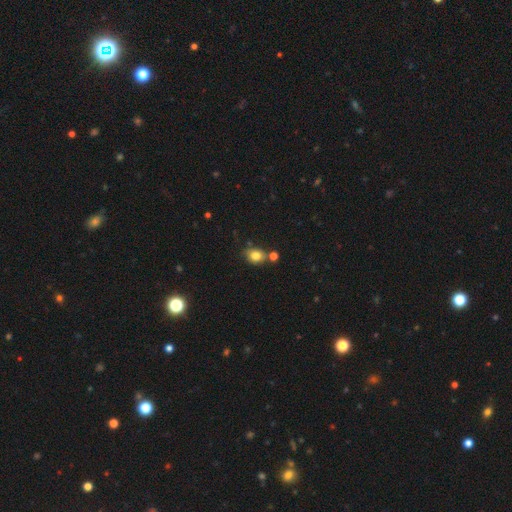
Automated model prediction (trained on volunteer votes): smooth_or_featured: smooth (p=0.81) [alt: star or artifact p=0.11]
how_rounded: in between (p=0.55) [alt: round p=0.44]
merging: none (p=0.63) [alt: minor disturbance p=0.16]